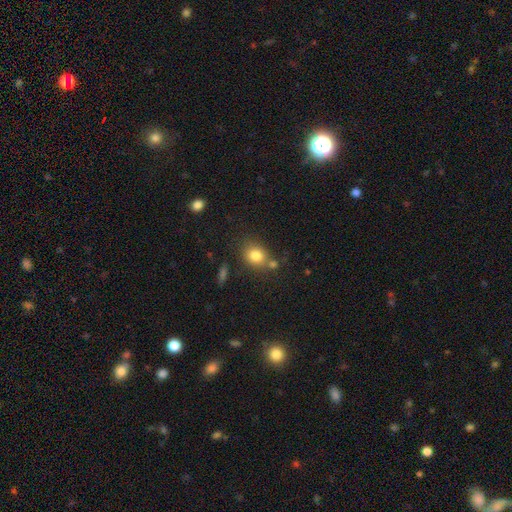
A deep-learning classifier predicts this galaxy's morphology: A smooth galaxy with no disk features (81%) that is round (58%). Merging: none (66%).